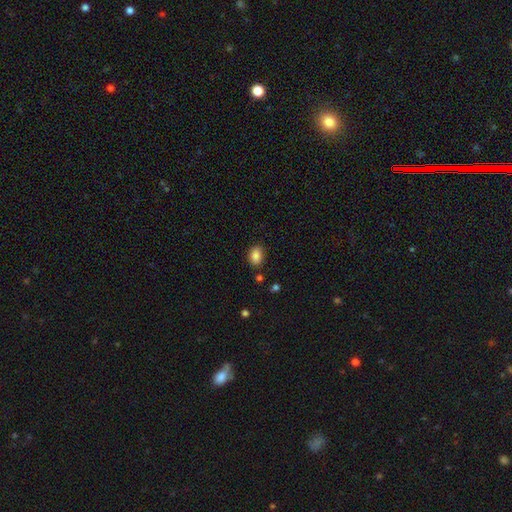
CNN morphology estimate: smooth-or-featured: smooth: 86% | star or artifact: 9% | featured or disk: 5%
  how-rounded: in between: 75% | round: 24% | cigar-shaped: 1%
  merging: none: 84% | minor disturbance: 11% | merger: 3% | major disturbance: 3%